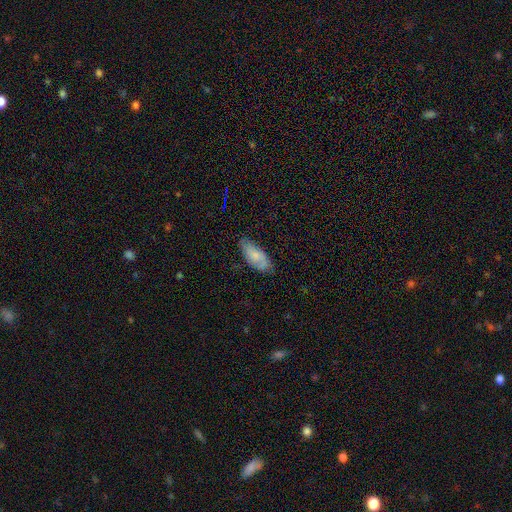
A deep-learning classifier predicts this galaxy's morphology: The model was most divided on "smooth or featured": smooth: 64%, featured or disk: 29%, star or artifact: 7%. More confident: how rounded — in between (84%); merging — none (73%).